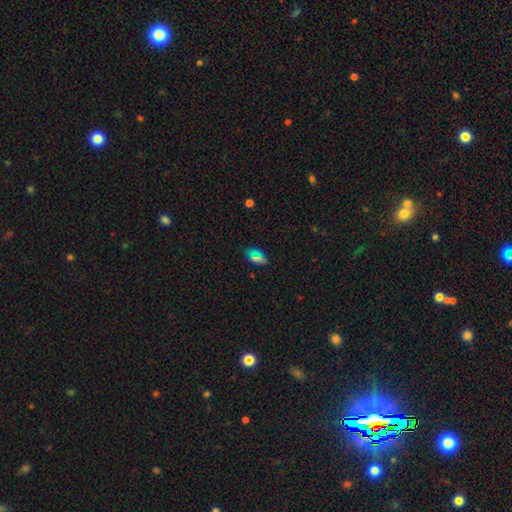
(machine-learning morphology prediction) A smooth galaxy with no disk features (62%) that is in between round and cigar-shaped (85%). Merging: none (80%).